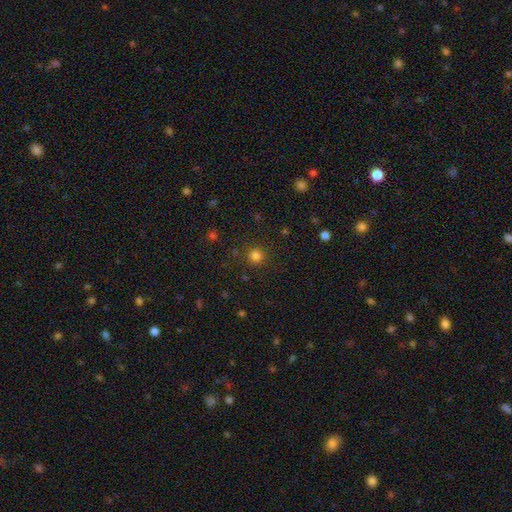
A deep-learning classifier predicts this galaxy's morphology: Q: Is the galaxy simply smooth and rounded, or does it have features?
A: smooth — 81%.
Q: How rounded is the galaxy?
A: round — 94%.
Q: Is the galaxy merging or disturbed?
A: none — 89%.